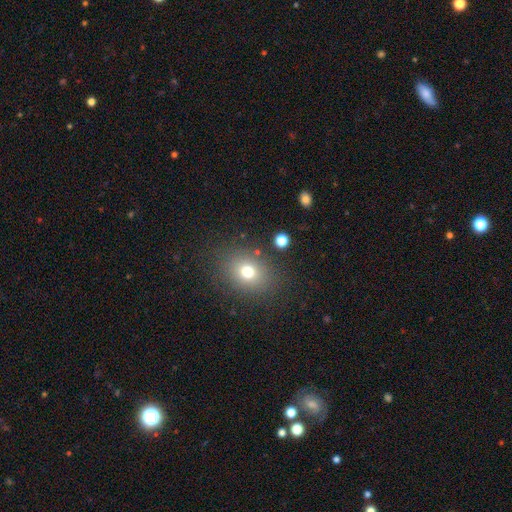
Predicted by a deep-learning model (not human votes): smooth 61%, star or artifact 30%, featured or disk 9%. Down the decision tree: how rounded — round (58%); merging — none (87%).